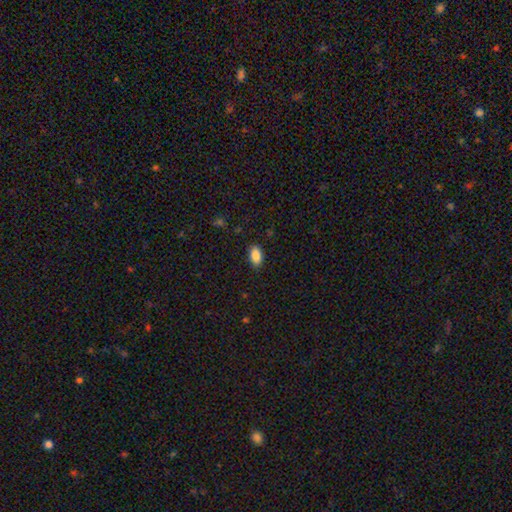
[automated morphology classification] type=smooth (89%); roundness=in between (92%); merging=none (86%).